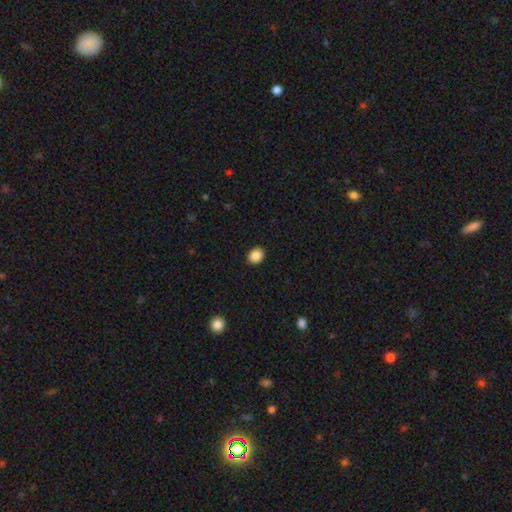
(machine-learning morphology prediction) type=smooth (88%); roundness=round (51%); merging=none (91%).